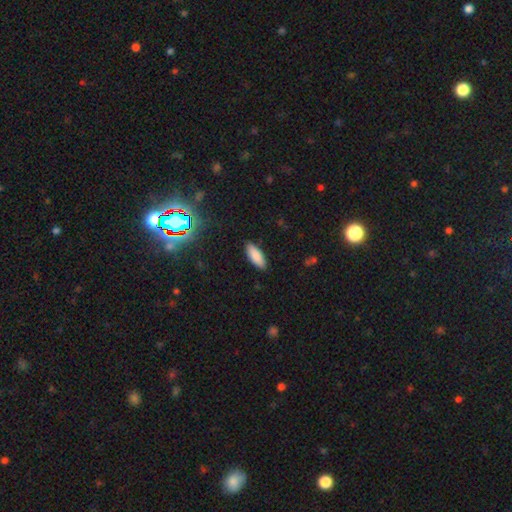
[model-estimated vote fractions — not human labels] Smooth or featured: smooth — 85% (star or artifact — 8%)
How rounded: in between — 73% (cigar-shaped — 25%)
Merging: none — 88% (minor disturbance — 9%)